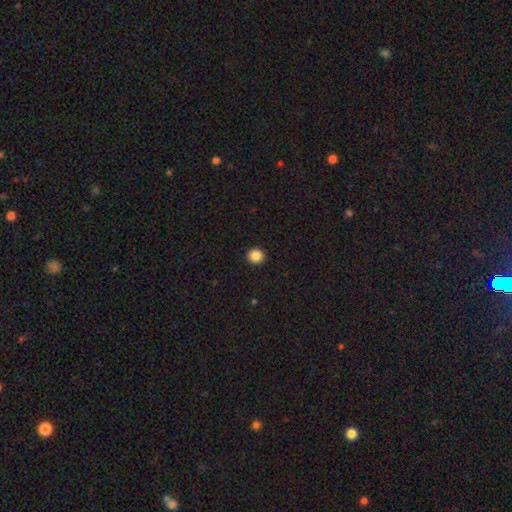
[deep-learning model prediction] A smooth galaxy with no disk features (87%) that is round (87%). Merging: none (93%).